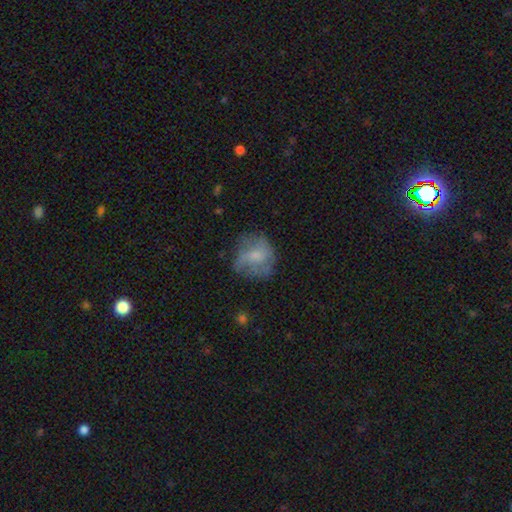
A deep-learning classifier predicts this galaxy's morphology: Smooth or featured? smooth (51%)
How rounded? round (71%)
Merging? none (52%)